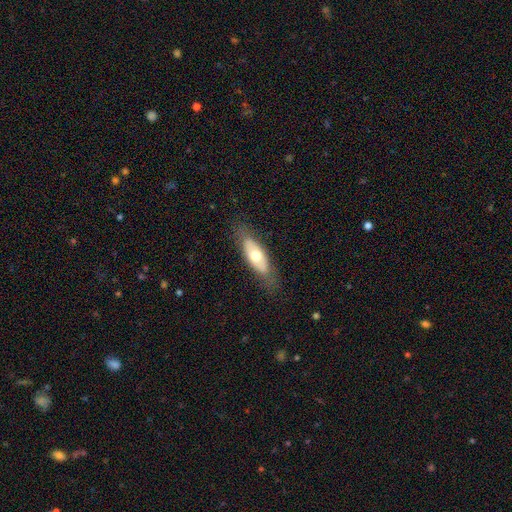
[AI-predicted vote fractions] Smooth or featured? smooth (54%)
How rounded? in between (68%)
Merging? none (78%)